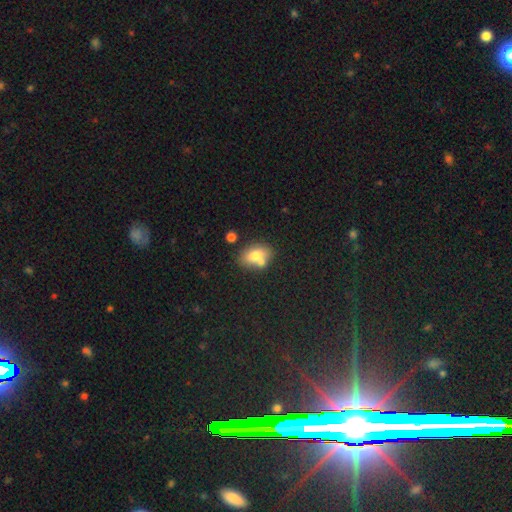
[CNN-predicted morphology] A smooth galaxy with no disk features (74%) that is in between round and cigar-shaped (82%).

Vote fractions:
- Smooth or featured? smooth: 74% / featured or disk: 17% / star or artifact: 9%
- How rounded? in between: 82% / round: 16% / cigar-shaped: 2%
- Merging? none: 56% / merger: 26% / minor disturbance: 14% / major disturbance: 4%